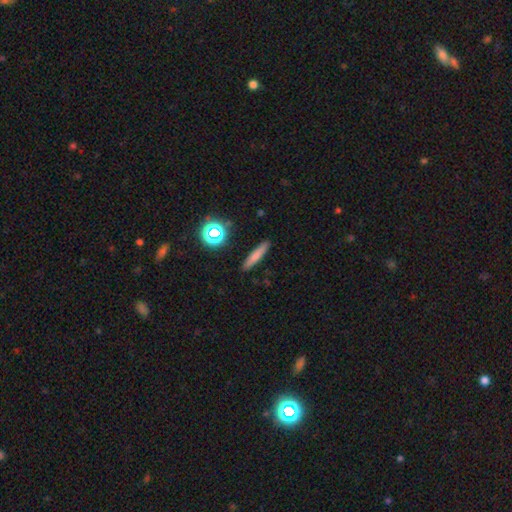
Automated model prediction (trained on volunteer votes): Morphology: type=smooth (72%); roundness=cigar-shaped (88%); merging=none (89%).